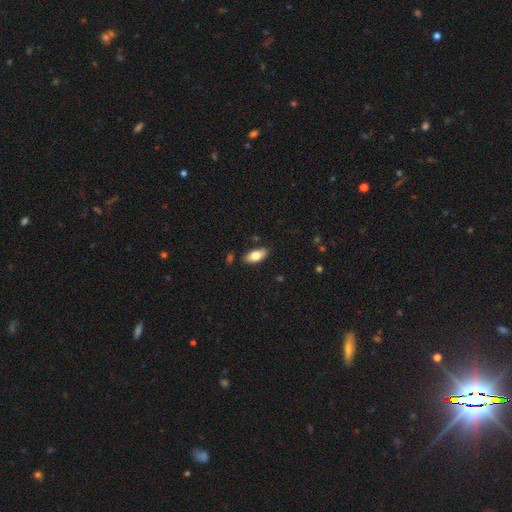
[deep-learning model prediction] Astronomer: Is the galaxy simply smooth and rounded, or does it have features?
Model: smooth — 77%.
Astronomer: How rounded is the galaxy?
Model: in between — 90%.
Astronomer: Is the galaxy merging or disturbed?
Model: none — 85%.